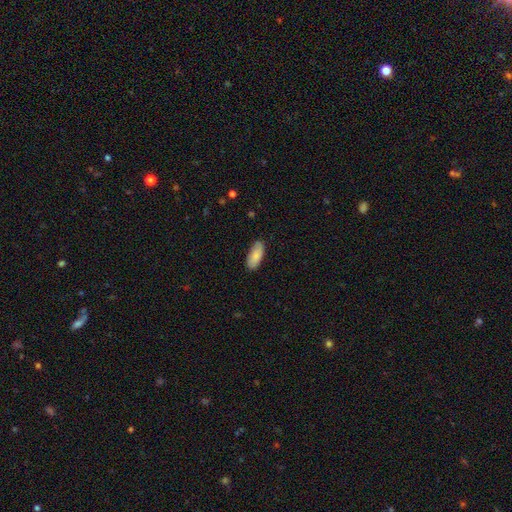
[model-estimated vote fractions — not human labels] Smooth or featured? smooth (83%)
How rounded? in between (85%)
Merging? none (84%)